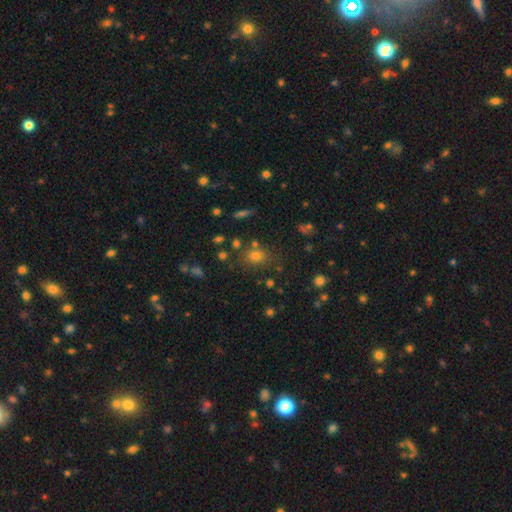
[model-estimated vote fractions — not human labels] smooth 68%, star or artifact 23%, featured or disk 9%. Down the decision tree: how rounded — round (58%); merging — none (74%).